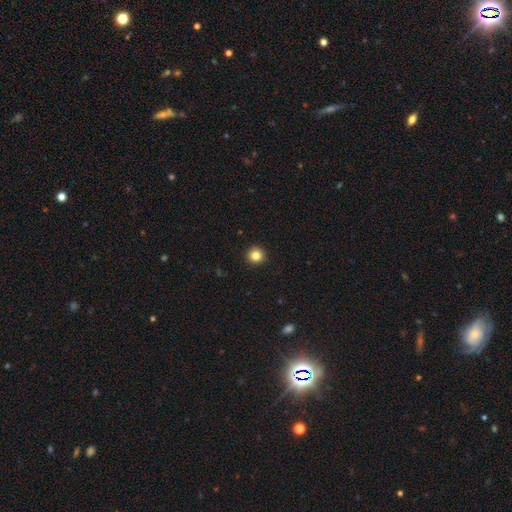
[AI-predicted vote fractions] Q: Smooth or featured?
A: smooth (84%); runner-up: star or artifact (11%)
Q: How rounded?
A: round (94%); runner-up: in between (5%)
Q: Merging?
A: none (93%); runner-up: minor disturbance (5%)